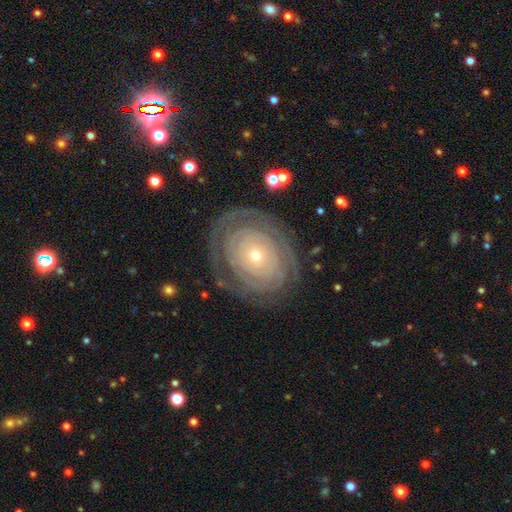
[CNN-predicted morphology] The model was most divided on "spiral arm count": can't tell: 52%, 2: 16%, 3: 10%, 4: 8%, 1: 7%, more than 4: 7%. More confident: edge-on disk — no (96%); bar — no (88%); spiral winding — tight (85%); merging — none (77%); smooth or featured — featured or disk (76%); bulge size — small (74%); spiral arms — yes (72%).